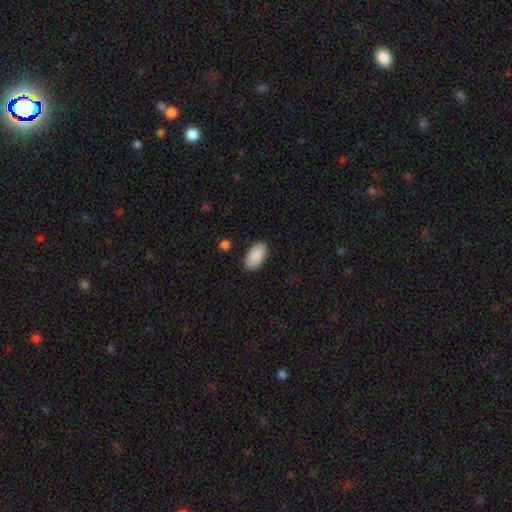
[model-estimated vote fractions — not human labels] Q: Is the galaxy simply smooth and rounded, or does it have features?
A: smooth — 91%.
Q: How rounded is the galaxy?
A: in between — 96%.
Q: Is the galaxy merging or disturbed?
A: none — 88%.